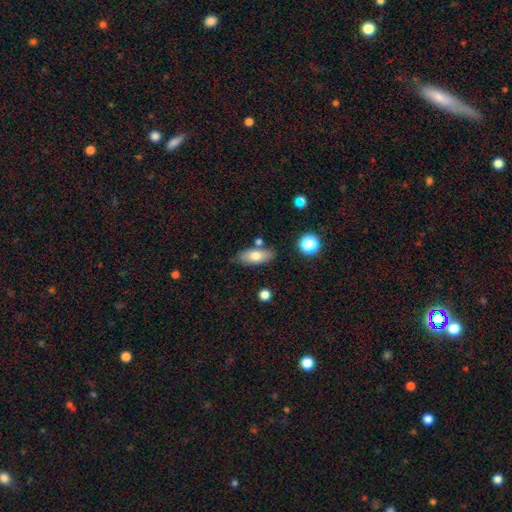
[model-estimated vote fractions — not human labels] Smooth or featured? smooth (74%)
How rounded? in between (81%)
Merging? none (76%)